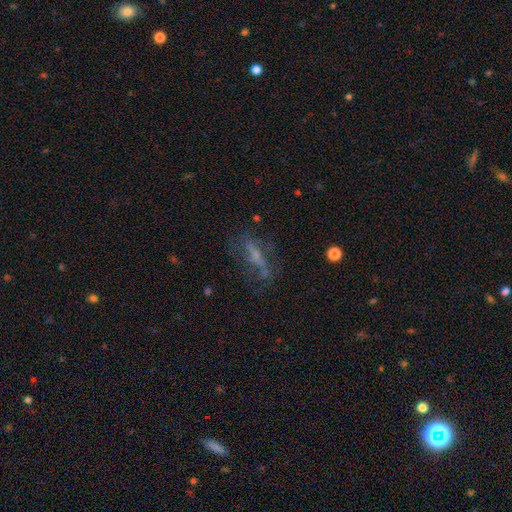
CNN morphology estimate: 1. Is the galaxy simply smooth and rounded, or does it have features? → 49% featured or disk, 34% smooth, 17% star or artifact.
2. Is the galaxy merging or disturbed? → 54% none, 22% major disturbance, 20% minor disturbance, 4% merger.